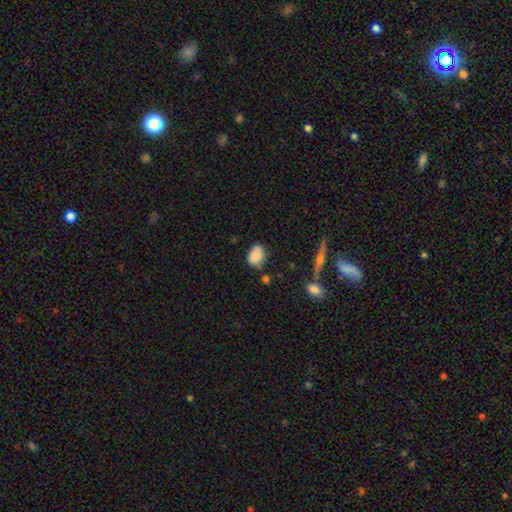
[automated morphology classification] The model was most divided on "merging": none: 59%, minor disturbance: 28%, merger: 6%, major disturbance: 6%. More confident: smooth or featured — smooth (82%); how rounded — in between (73%).